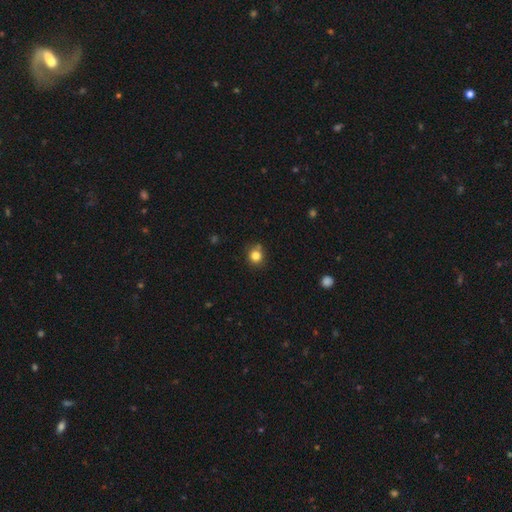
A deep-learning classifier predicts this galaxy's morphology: This is clearly a smooth galaxy (82%). How rounded: clearly round (87%). Merging: likely none (77%).